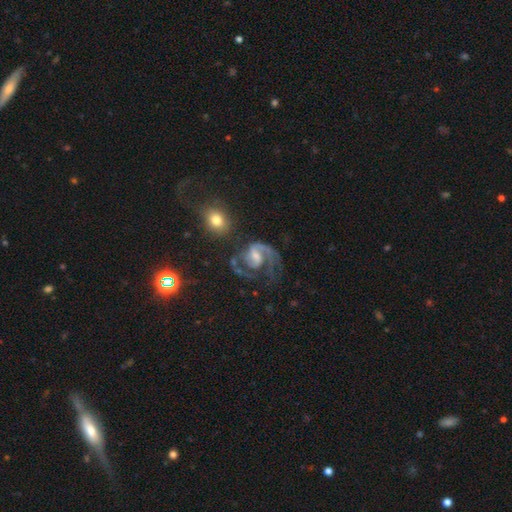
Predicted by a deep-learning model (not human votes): featured or disk 86%, smooth 7%, star or artifact 7%. Down the decision tree: edge-on disk — no (98%); bar — weak (51%); spiral arms — yes (95%); spiral arm count — 2 (67%); spiral winding — medium (55%); bulge size — small (41%); merging — none (43%).